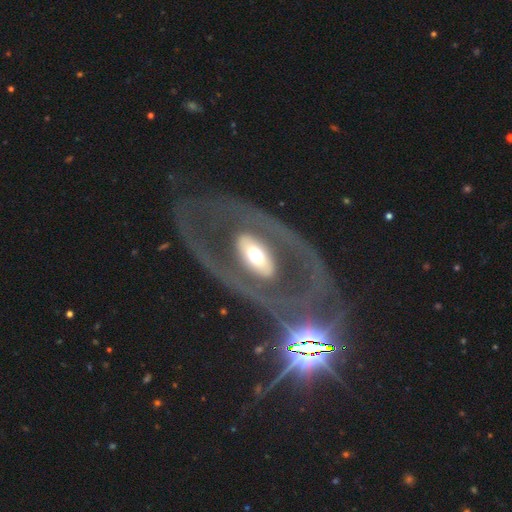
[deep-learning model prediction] A featured or disk galaxy (75%) with no bar (55%), spiral arms (53%) and a moderate central bulge (57%).

Vote fractions:
- Smooth or featured? featured or disk: 75% / smooth: 19% / star or artifact: 6%
- Edge-on disk? no: 88% / yes: 12%
- Bar? no: 55% / strong: 25% / weak: 20%
- Spiral arms? yes: 53% / no: 47%
- Bulge size? moderate: 57% / large: 27% / small: 10% / dominant: 5% / none: 1%
- Merging? none: 65% / major disturbance: 20% / minor disturbance: 13% / merger: 3%